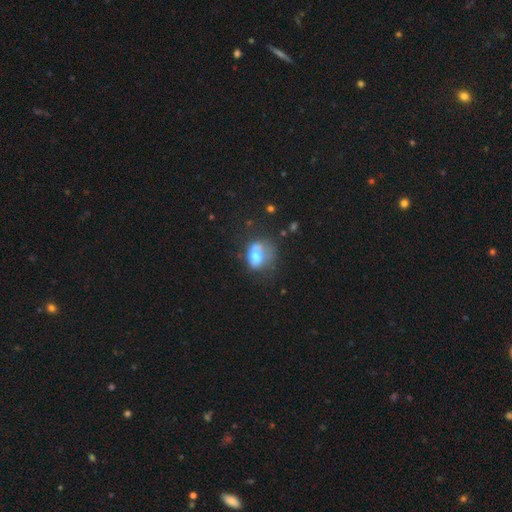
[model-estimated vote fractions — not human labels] smooth 62%, featured or disk 27%, star or artifact 11%. Down the decision tree: how rounded — in between (58%); merging — none (28%).